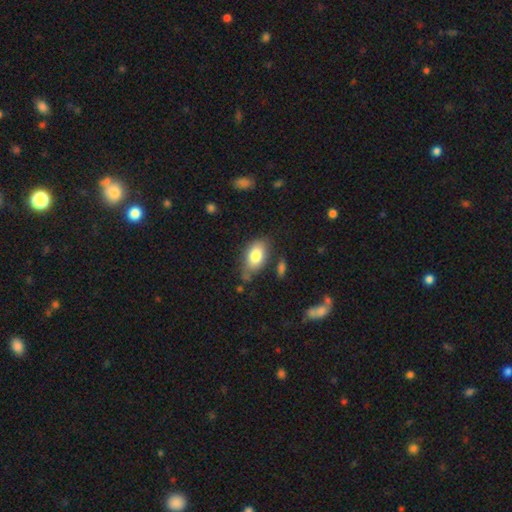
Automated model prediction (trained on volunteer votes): Smooth or featured? smooth (80%)
How rounded? in between (90%)
Merging? none (64%)